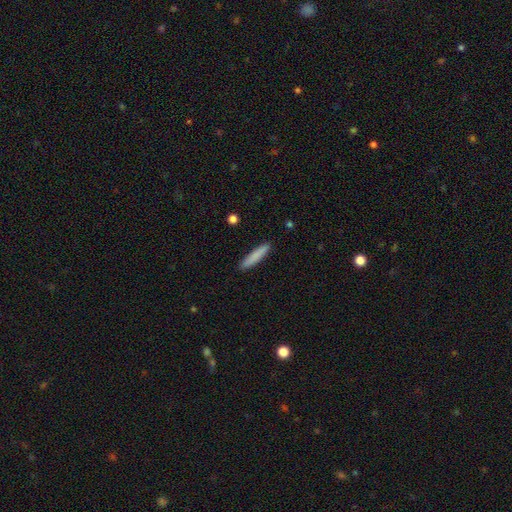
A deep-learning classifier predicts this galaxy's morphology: A smooth galaxy with no disk features (82%) that is cigar-shaped (92%). Merging: none (90%).